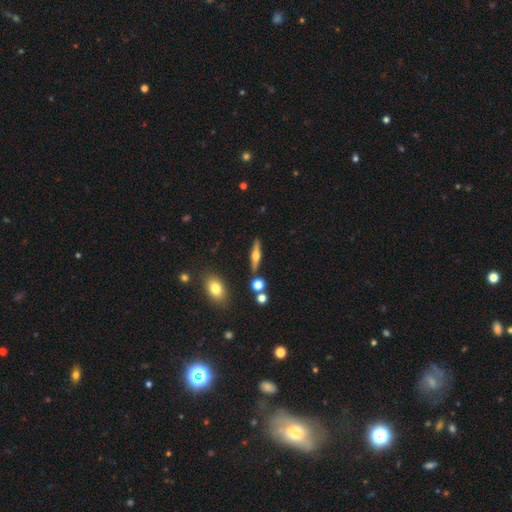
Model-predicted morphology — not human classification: Smooth or featured?
  - featured or disk: 63% *
  - smooth: 30%
  - star or artifact: 7%
Edge-on disk?
  - yes: 96% *
  - no: 4%
Edge-on bulge?
  - rounded: 93% *
  - boxy: 5%
  - none: 2%
Merging?
  - none: 85% *
  - minor disturbance: 8%
  - merger: 4%
  - major disturbance: 2%